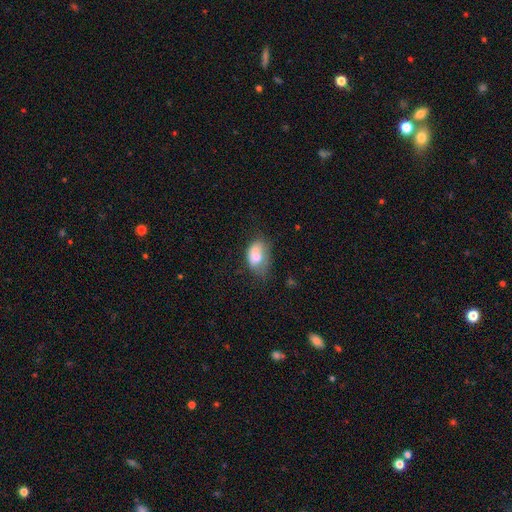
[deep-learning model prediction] smooth_or_featured: smooth (p=0.67) [alt: featured or disk p=0.24]
how_rounded: in between (p=0.84) [alt: round p=0.15]
merging: none (p=0.32) [alt: minor disturbance p=0.31]